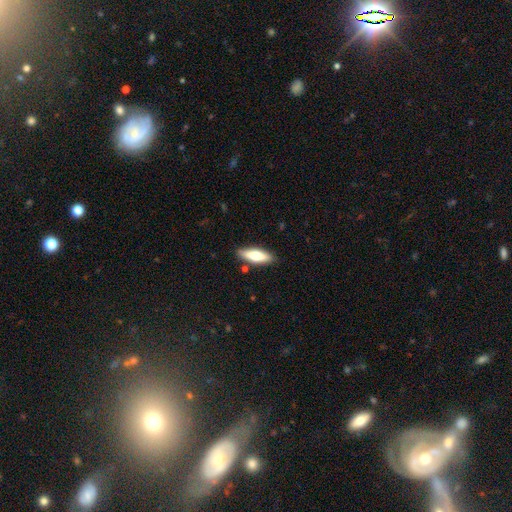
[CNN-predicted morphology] This appears to be a smooth galaxy with no disk features (60%) that is in between round and cigar-shaped (52%). Merging: none (85%).